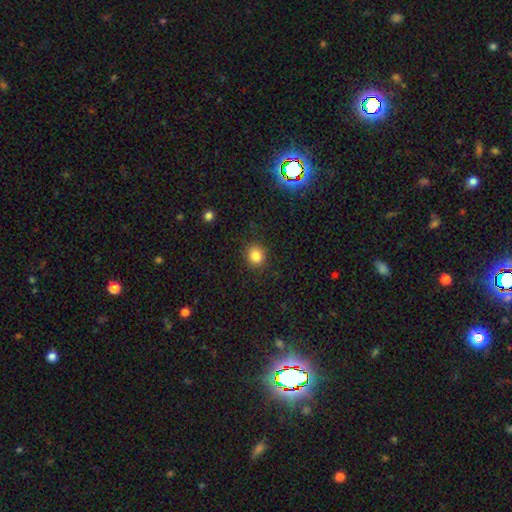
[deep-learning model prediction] Smooth or featured: smooth — 84% (star or artifact — 11%)
How rounded: round — 79% (in between — 20%)
Merging: none — 88% (minor disturbance — 8%)